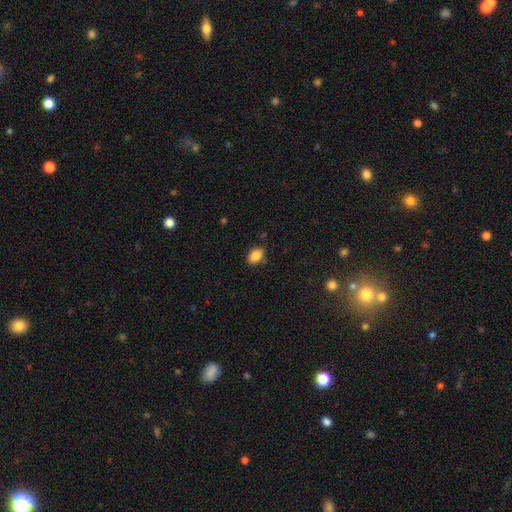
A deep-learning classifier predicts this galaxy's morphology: A smooth galaxy with no disk features (86%) that is in between round and cigar-shaped (81%). Merging: none (84%).